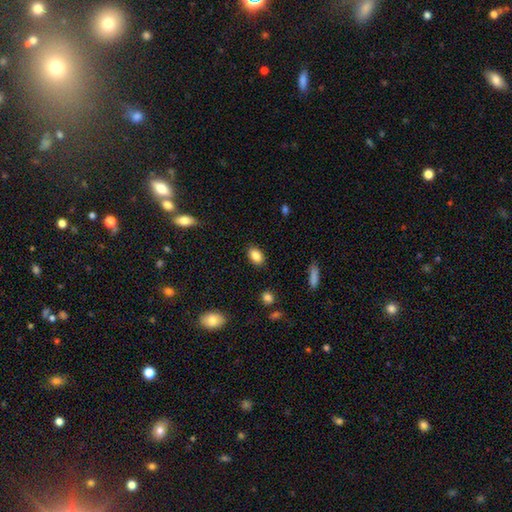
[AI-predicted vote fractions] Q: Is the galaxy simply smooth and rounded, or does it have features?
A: smooth — 85%.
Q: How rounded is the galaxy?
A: in between — 88%.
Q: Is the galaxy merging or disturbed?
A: none — 87%.